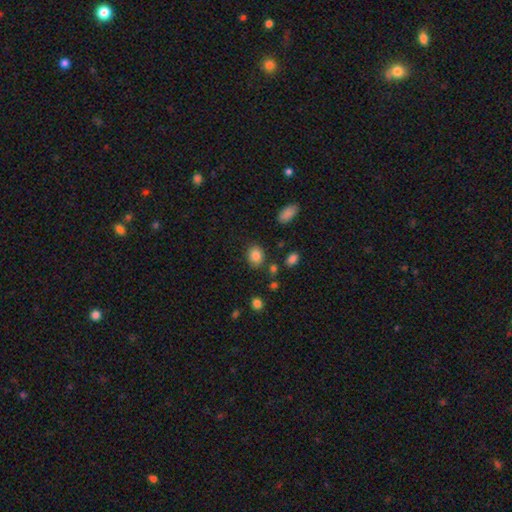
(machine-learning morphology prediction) Smooth or featured? smooth (84%)
How rounded? round (52%)
Merging? none (82%)